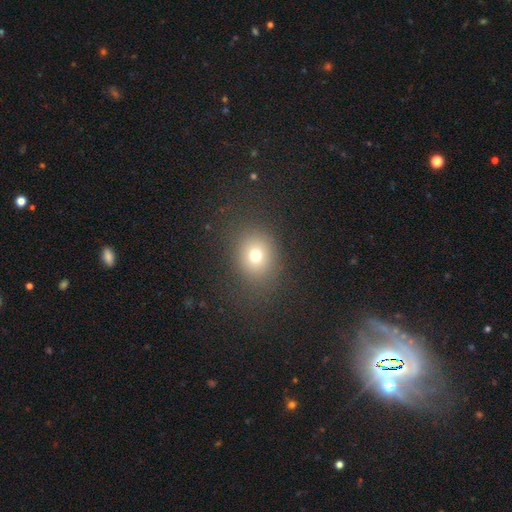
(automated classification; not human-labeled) Smooth or featured? smooth (72%)
How rounded? round (66%)
Merging? none (83%)